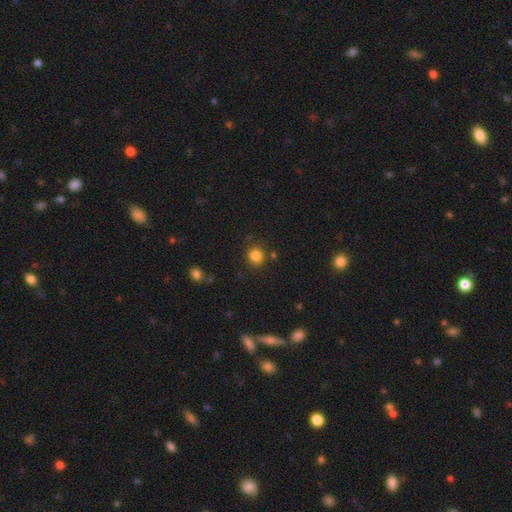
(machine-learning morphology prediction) Smooth or featured? Predicted: smooth (p=0.83). How rounded? Predicted: round (p=0.85). Merging? Predicted: none (p=0.82).